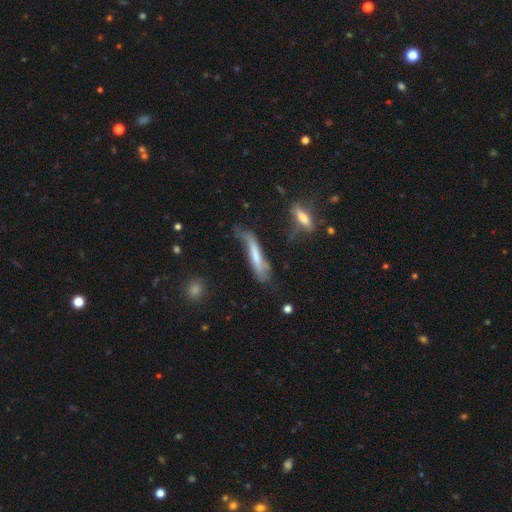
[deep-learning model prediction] Smooth or featured? Predicted: smooth (p=0.47). Merging? Predicted: none (p=0.35).